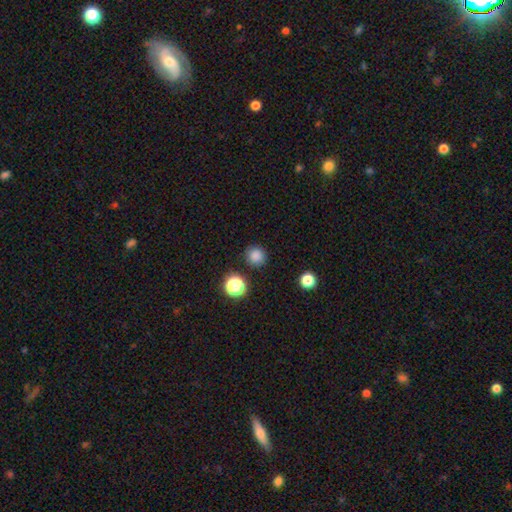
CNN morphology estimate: Smooth or featured? Predicted: smooth (p=0.82). How rounded? Predicted: round (p=0.94). Merging? Predicted: none (p=0.88).